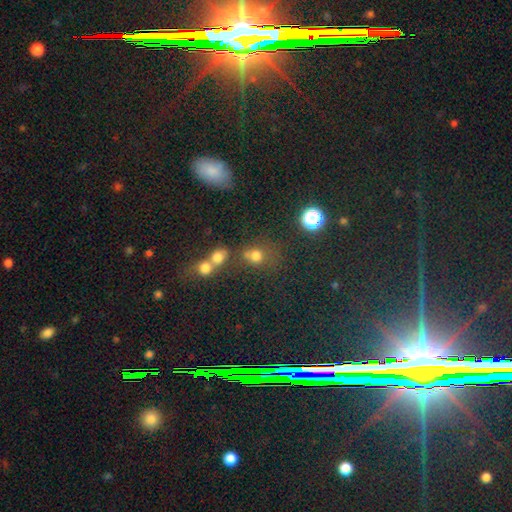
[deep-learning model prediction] This is likely a smooth galaxy (71%). How rounded: likely round (74%). Merging: marginally none (44%).